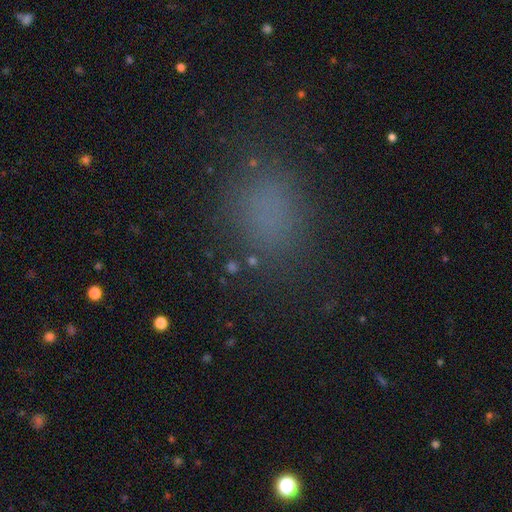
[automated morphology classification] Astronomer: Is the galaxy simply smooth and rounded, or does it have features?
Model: smooth — 69%.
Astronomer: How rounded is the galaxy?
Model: in between — 54% (runner-up: round, 44%).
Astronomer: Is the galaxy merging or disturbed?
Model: none — 79%.